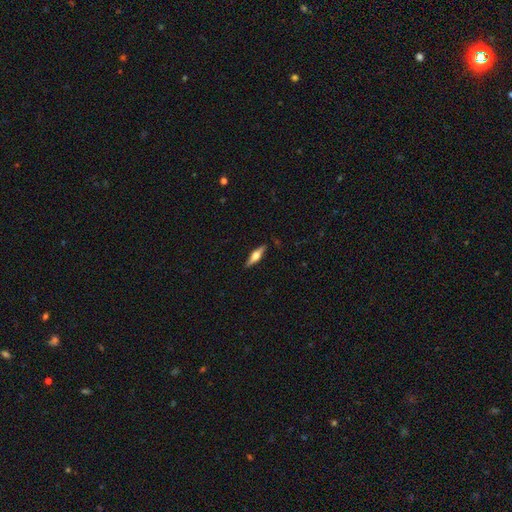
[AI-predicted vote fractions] This appears to be a featured or disk galaxy (58%) viewed edge-on (95%) with a rounded central bulge (92%). Merging: none (88%).